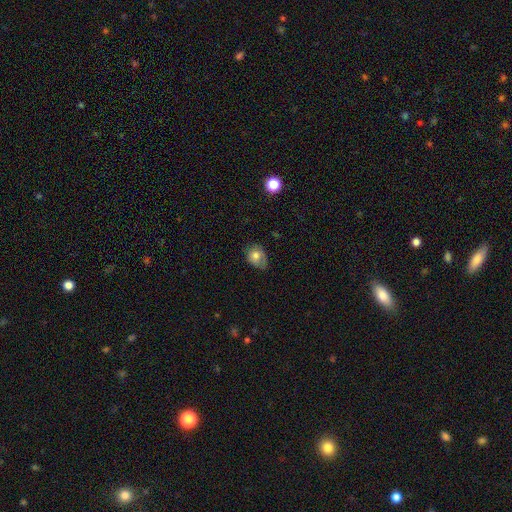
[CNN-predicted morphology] This is likely a smooth galaxy (70%). How rounded: possibly in between (53%). Merging: possibly none (52%).